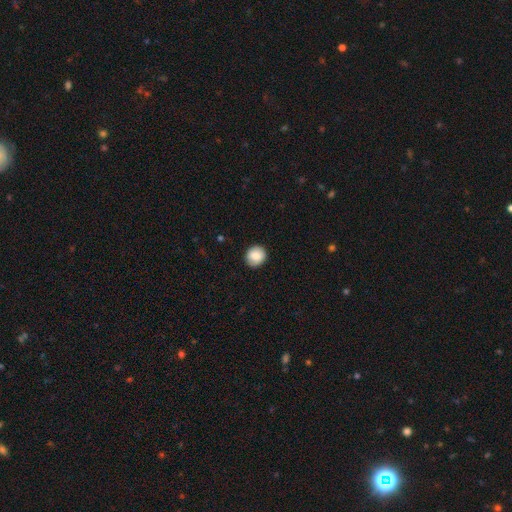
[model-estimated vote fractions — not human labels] A smooth galaxy with no disk features (83%) that is round (87%). Merging: none (88%).